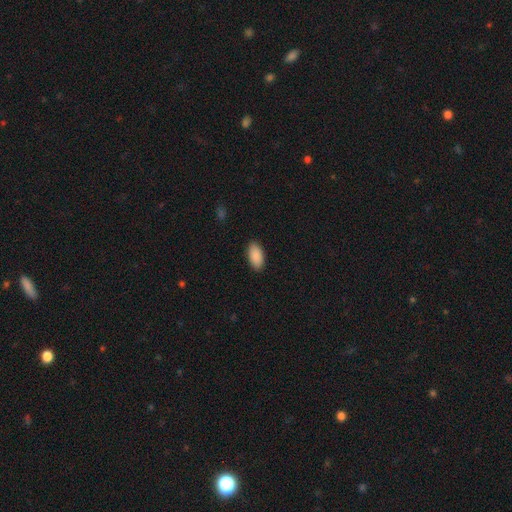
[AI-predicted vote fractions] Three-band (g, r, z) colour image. It shows a smooth galaxy with no disk features (91%) that is in between round and cigar-shaped (94%). Merging: none (89%).